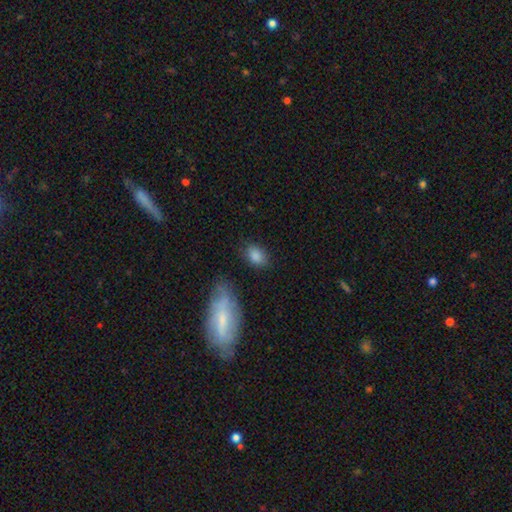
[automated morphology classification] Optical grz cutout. It shows a smooth galaxy with no disk features (84%) that is in between round and cigar-shaped (83%). Merging: none (77%).